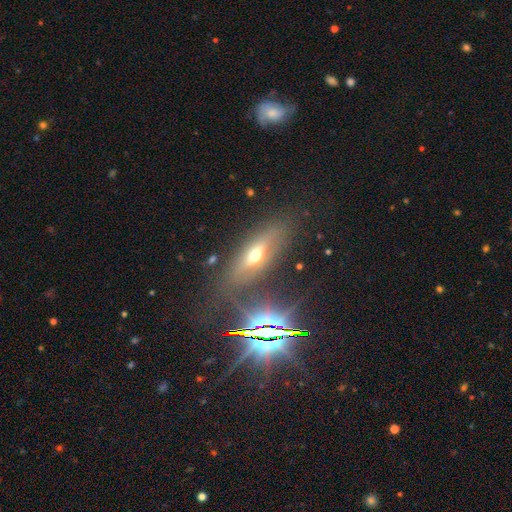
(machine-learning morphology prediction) type=smooth (45%); merging=none (74%).